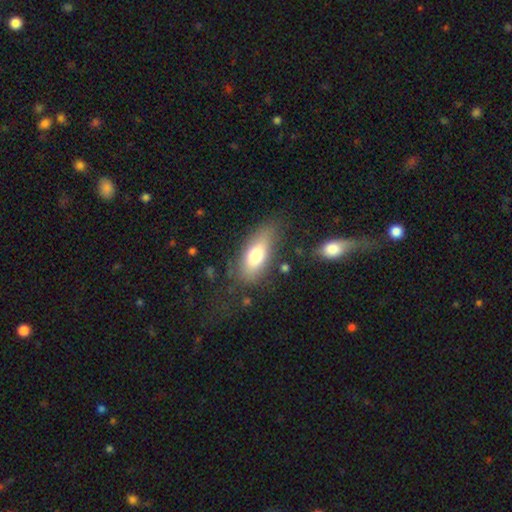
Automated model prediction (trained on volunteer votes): smooth_or_featured: smooth (p=0.72) [alt: featured or disk p=0.21]
how_rounded: in between (p=0.78) [alt: cigar-shaped p=0.18]
merging: none (p=0.72) [alt: minor disturbance p=0.18]